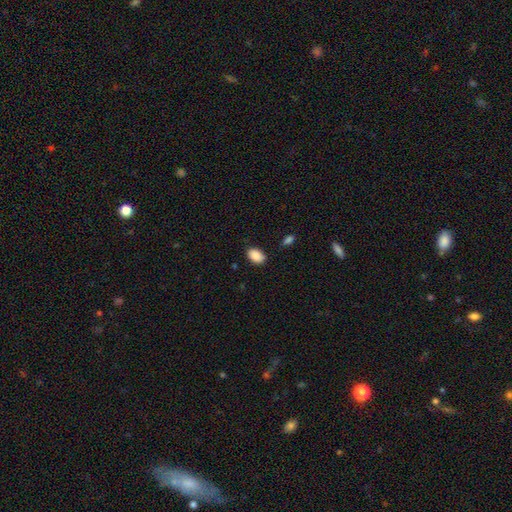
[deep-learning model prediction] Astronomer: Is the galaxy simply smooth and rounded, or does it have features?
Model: smooth — 89%.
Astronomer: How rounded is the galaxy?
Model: in between — 88%.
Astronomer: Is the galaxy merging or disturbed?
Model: none — 83%.